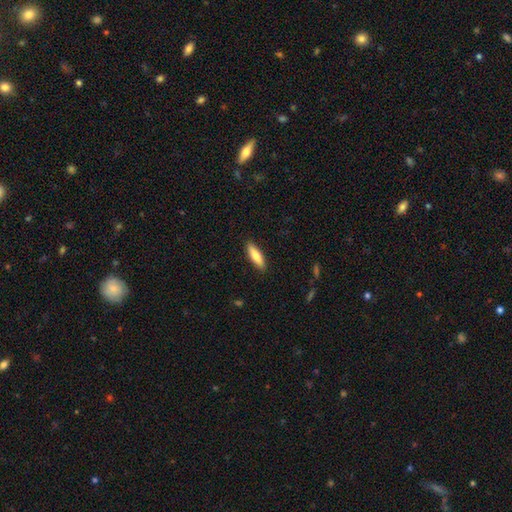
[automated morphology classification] Smooth or featured? Predicted: smooth (p=0.81). How rounded? Predicted: cigar-shaped (p=0.60). Merging? Predicted: none (p=0.89).